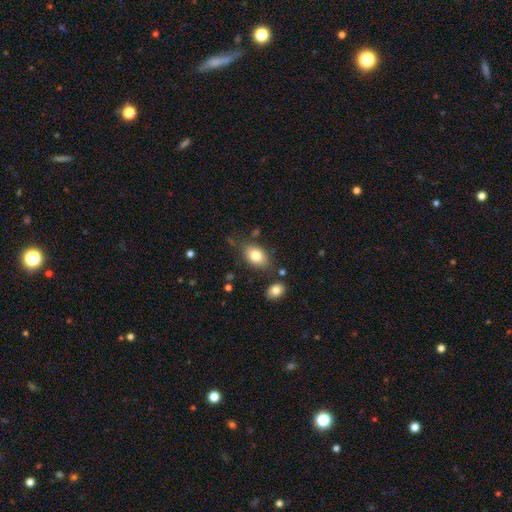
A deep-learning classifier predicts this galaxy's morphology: Smooth or featured?
  - smooth: 80% *
  - featured or disk: 12%
  - star or artifact: 8%
How rounded?
  - in between: 85% *
  - round: 14%
  - cigar-shaped: 1%
Merging?
  - none: 75% *
  - minor disturbance: 15%
  - merger: 5%
  - major disturbance: 4%